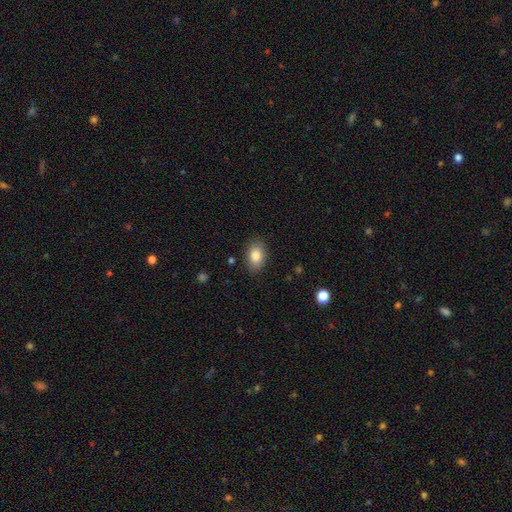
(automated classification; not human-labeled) Smooth or featured: smooth — 84% (featured or disk — 8%)
How rounded: in between — 86% (round — 13%)
Merging: none — 86% (minor disturbance — 10%)